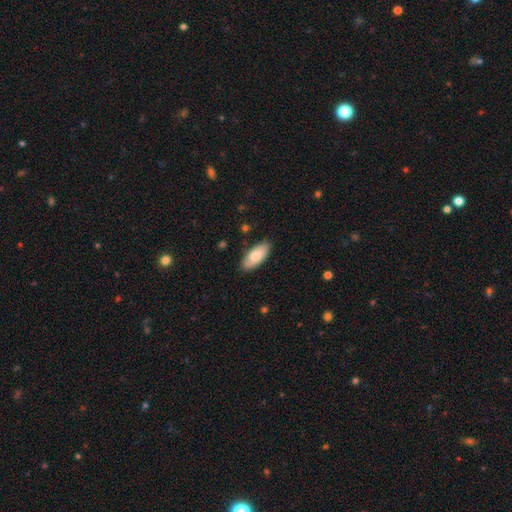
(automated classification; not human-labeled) A smooth galaxy with no disk features (80%) that is in between round and cigar-shaped (87%).

Vote fractions:
- Smooth or featured? smooth: 80% / featured or disk: 15% / star or artifact: 6%
- How rounded? in between: 87% / cigar-shaped: 11% / round: 2%
- Merging? none: 85% / minor disturbance: 12% / major disturbance: 2% / merger: 1%